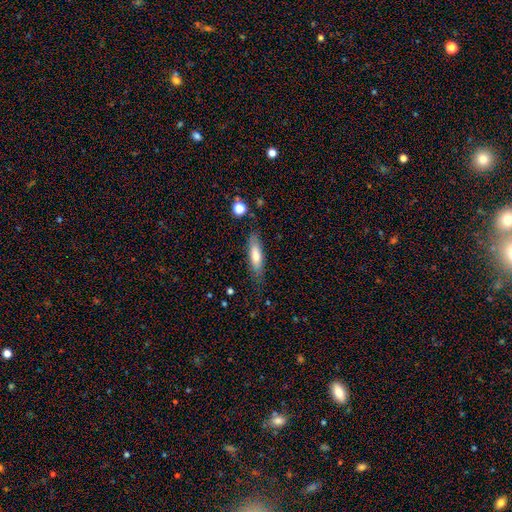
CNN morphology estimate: The model was most divided on "how rounded": cigar-shaped: 62%, in between: 36%, round: 2%. More confident: merging — none (80%); smooth or featured — smooth (68%).